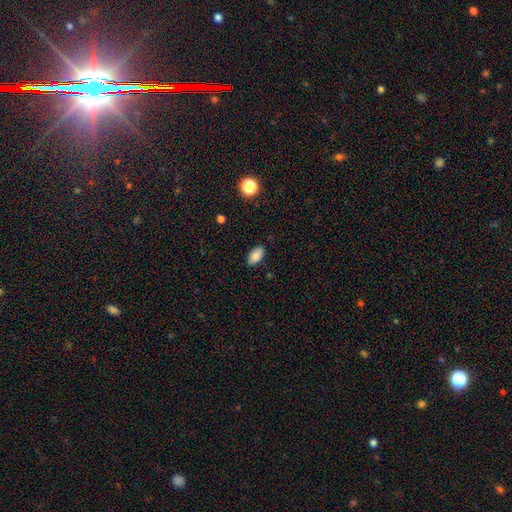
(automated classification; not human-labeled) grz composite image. It shows a smooth galaxy with no disk features (86%) that is in between round and cigar-shaped (94%). Merging: none (85%).